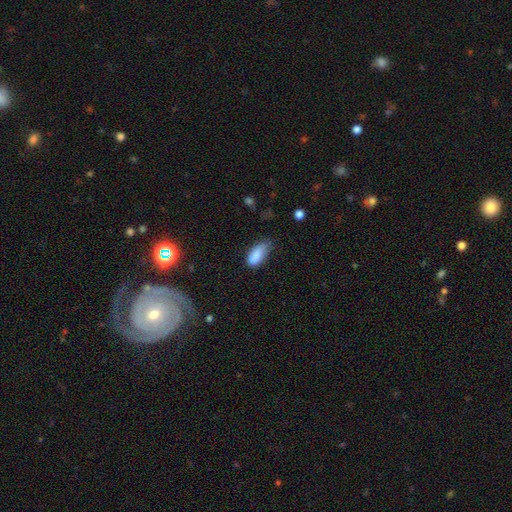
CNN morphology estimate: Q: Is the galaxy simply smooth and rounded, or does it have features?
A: smooth — 83%.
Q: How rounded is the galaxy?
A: in between — 84%.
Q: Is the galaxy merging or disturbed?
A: minor disturbance — 41%.